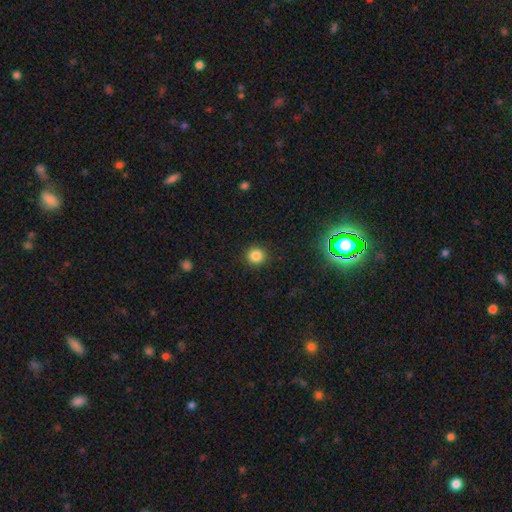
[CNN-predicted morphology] Smooth or featured: smooth — 84% (star or artifact — 12%)
How rounded: round — 93% (in between — 6%)
Merging: none — 92% (minor disturbance — 5%)